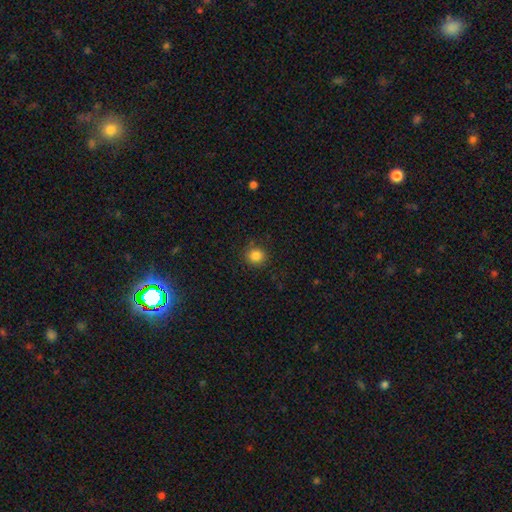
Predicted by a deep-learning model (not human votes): Morphology: type=smooth (85%); roundness=round (90%); merging=none (88%).